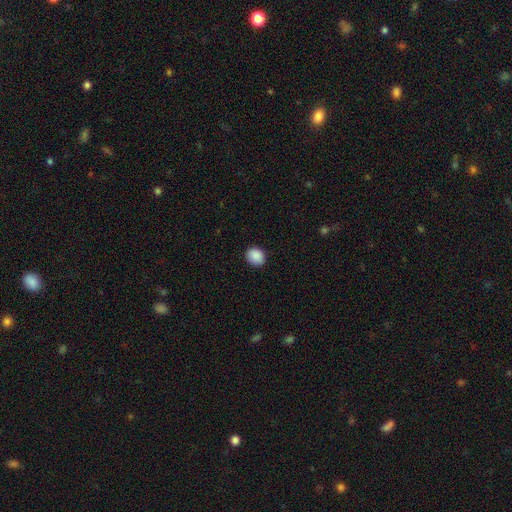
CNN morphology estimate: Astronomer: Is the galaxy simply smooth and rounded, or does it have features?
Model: smooth — 89%.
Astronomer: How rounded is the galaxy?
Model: round — 62% (runner-up: in between, 37%).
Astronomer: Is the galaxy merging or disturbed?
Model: none — 88%.